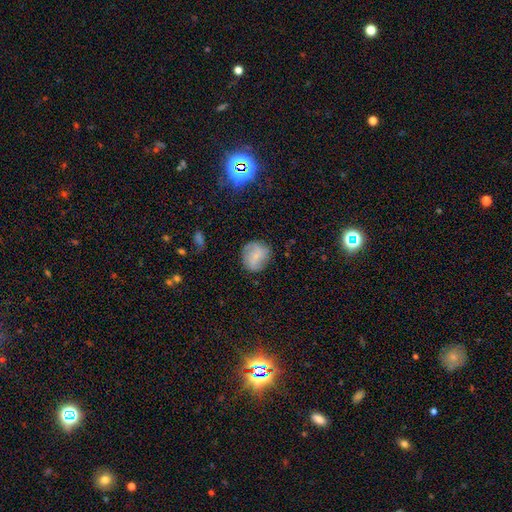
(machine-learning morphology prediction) smooth 58%, featured or disk 32%, star or artifact 10%. Down the decision tree: how rounded — round (76%); merging — none (72%).